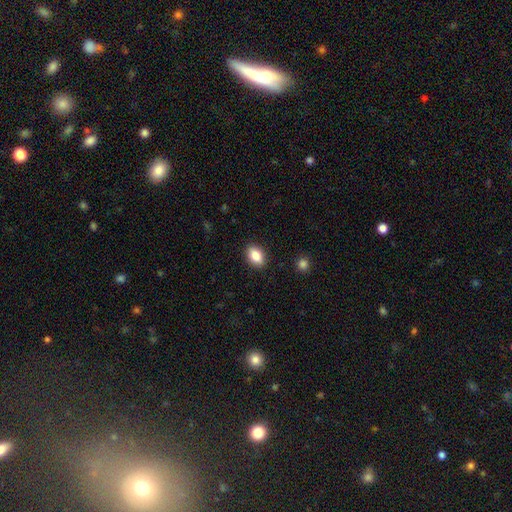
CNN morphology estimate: Q: Smooth or featured?
A: smooth (85%); runner-up: star or artifact (8%)
Q: How rounded?
A: in between (87%); runner-up: round (11%)
Q: Merging?
A: none (89%); runner-up: minor disturbance (8%)